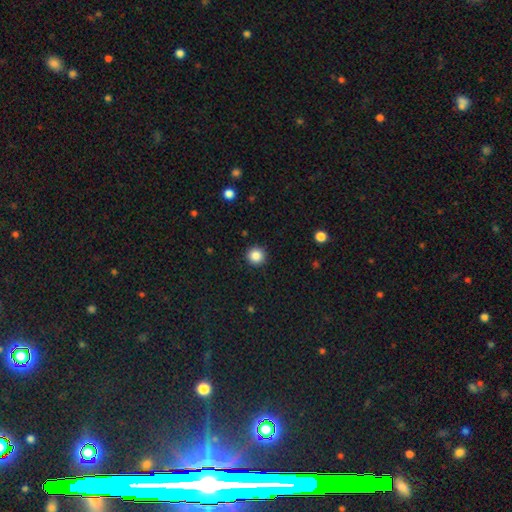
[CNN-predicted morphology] Smooth or featured? Predicted: smooth (p=0.86). How rounded? Predicted: round (p=0.96). Merging? Predicted: none (p=0.93).